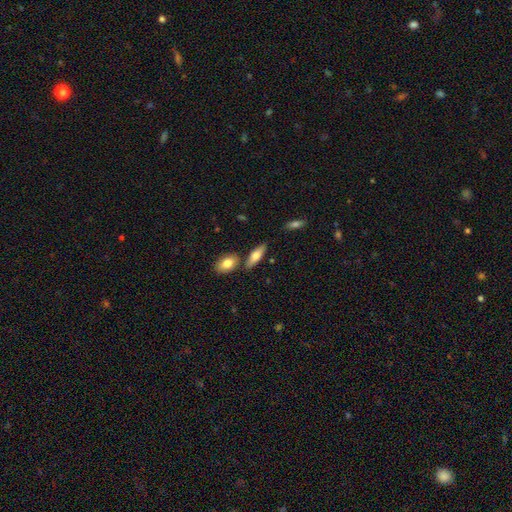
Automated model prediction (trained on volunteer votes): smooth-or-featured: smooth: 71% | featured or disk: 23% | star or artifact: 6%
  how-rounded: in between: 58% | cigar-shaped: 40% | round: 3%
  merging: none: 73% | merger: 12% | minor disturbance: 12% | major disturbance: 3%